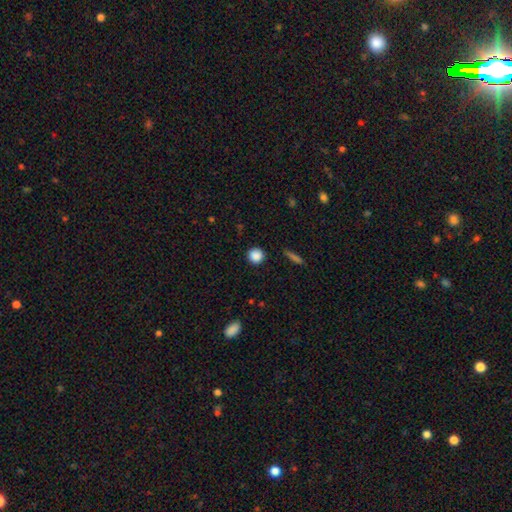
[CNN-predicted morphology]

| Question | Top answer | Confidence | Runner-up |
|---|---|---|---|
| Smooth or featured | smooth | 87% | star or artifact (9%) |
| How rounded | round | 93% | in between (6%) |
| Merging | none | 90% | minor disturbance (6%) |